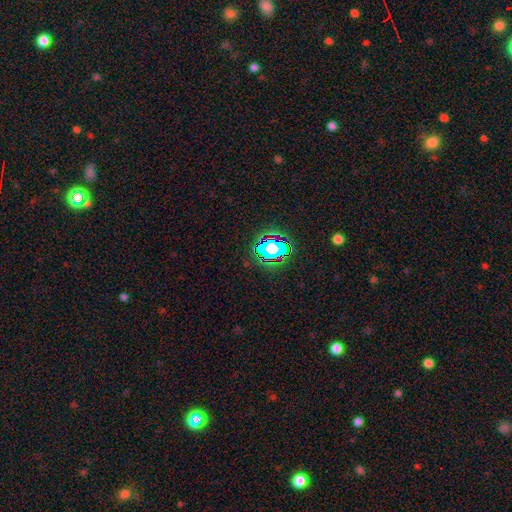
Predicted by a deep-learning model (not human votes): Smooth or featured: star or artifact — 77% (smooth — 14%)